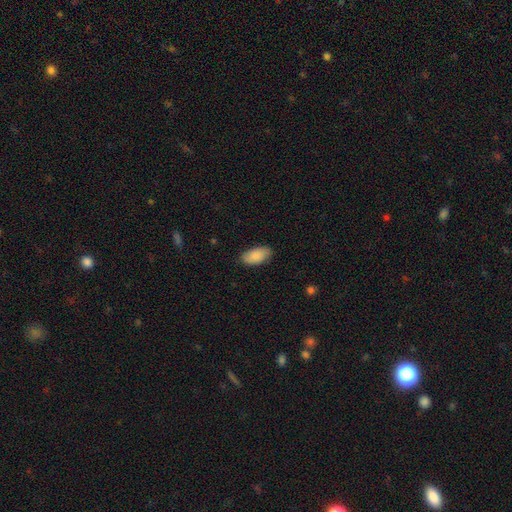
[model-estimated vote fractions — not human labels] A smooth galaxy with no disk features (86%) that is in between round and cigar-shaped (94%). Merging: none (83%).